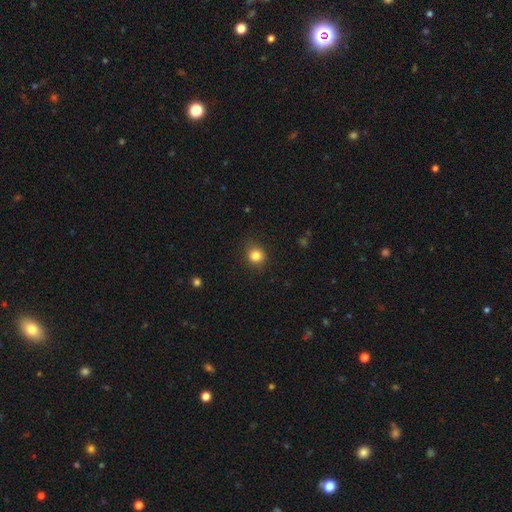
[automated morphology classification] type=smooth (84%); roundness=round (86%); merging=none (85%).